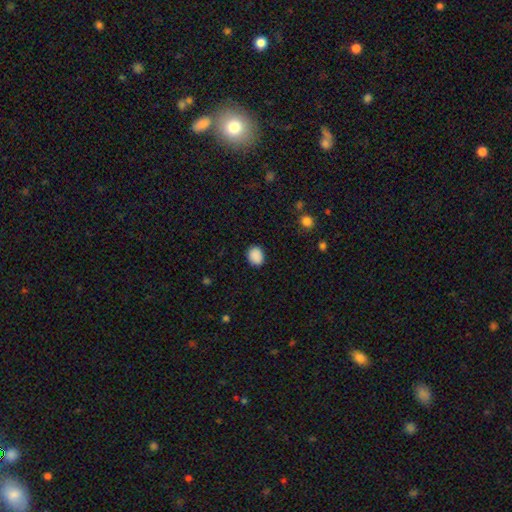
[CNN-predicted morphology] Smooth or featured? smooth (89%)
How rounded? in between (52%)
Merging? none (88%)